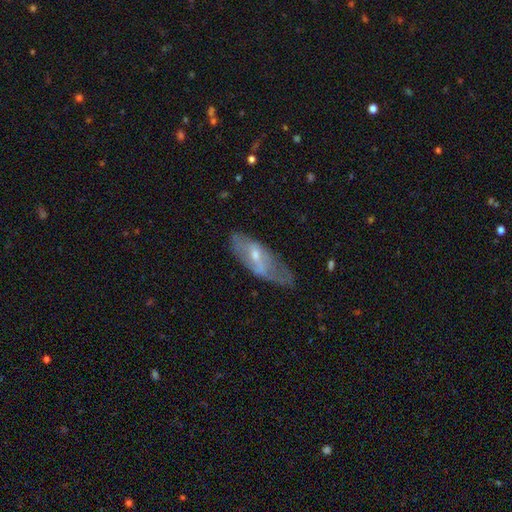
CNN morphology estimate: Smooth or featured?
  - featured or disk: 57% *
  - smooth: 35%
  - star or artifact: 8%
Edge-on disk?
  - no: 74% *
  - yes: 26%
Merging?
  - none: 51% *
  - minor disturbance: 31%
  - major disturbance: 15%
  - merger: 3%